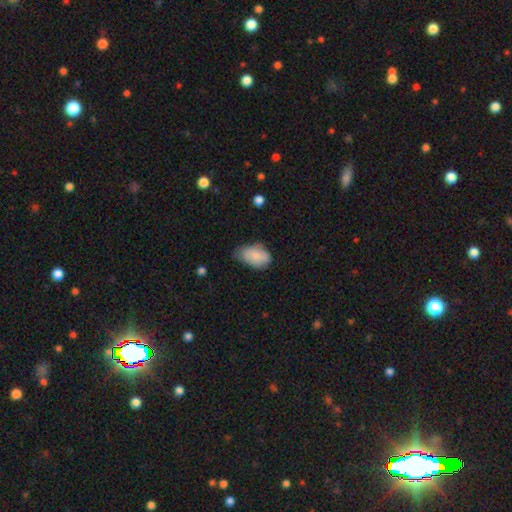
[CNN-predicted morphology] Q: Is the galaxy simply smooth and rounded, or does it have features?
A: smooth — 80%.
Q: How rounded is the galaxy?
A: in between — 91%.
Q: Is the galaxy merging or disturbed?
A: none — 47%.